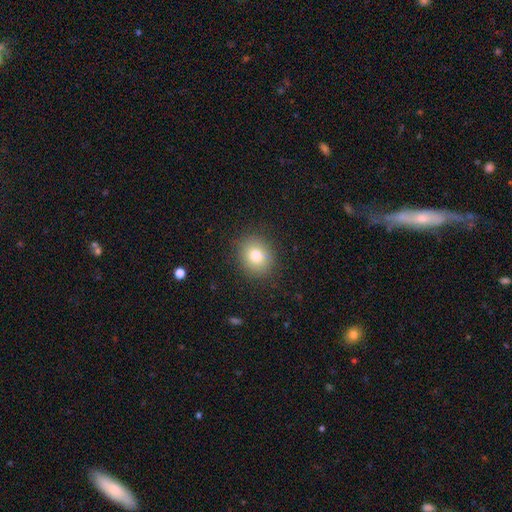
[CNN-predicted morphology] Q: Smooth or featured?
A: smooth (79%); runner-up: star or artifact (11%)
Q: How rounded?
A: round (67%); runner-up: in between (32%)
Q: Merging?
A: none (87%); runner-up: minor disturbance (9%)